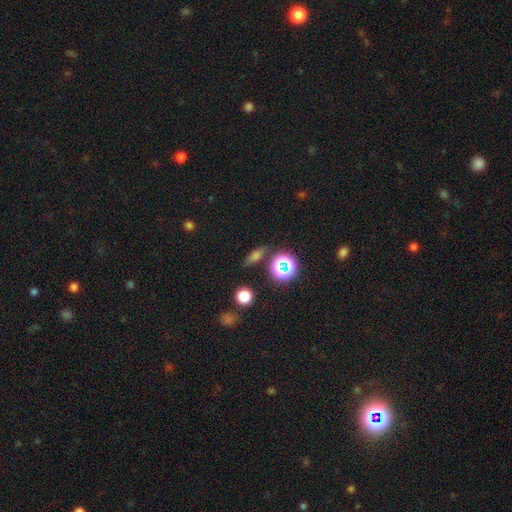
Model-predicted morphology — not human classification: This is possibly a smooth galaxy (57%). How rounded: marginally in between (40%, tied with cigar-shaped). Merging: clearly none (82%).